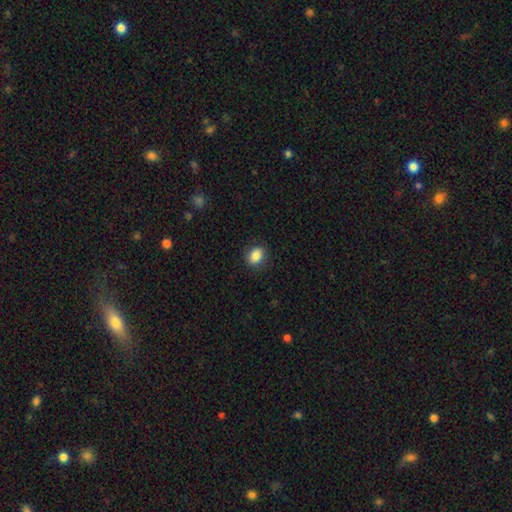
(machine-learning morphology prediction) A smooth galaxy with no disk features (86%) that is in between round and cigar-shaped (55%).

Vote fractions:
- Smooth or featured? smooth: 86% / star or artifact: 9% / featured or disk: 6%
- How rounded? in between: 55% / round: 44% / cigar-shaped: 1%
- Merging? none: 87% / minor disturbance: 9% / major disturbance: 3% / merger: 1%